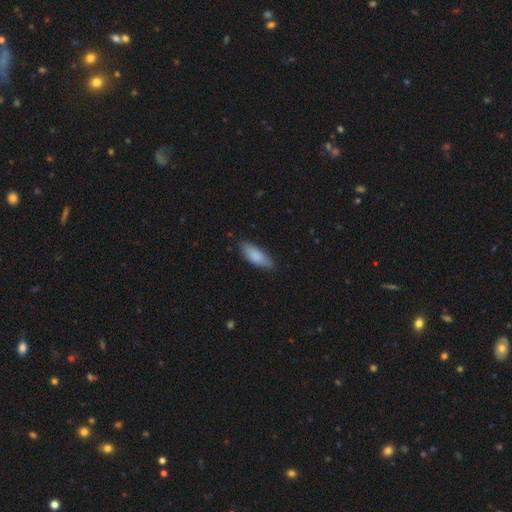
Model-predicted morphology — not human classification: The model was most divided on "how rounded": in between: 67%, cigar-shaped: 31%, round: 2%. More confident: smooth or featured — smooth (84%); merging — none (80%).